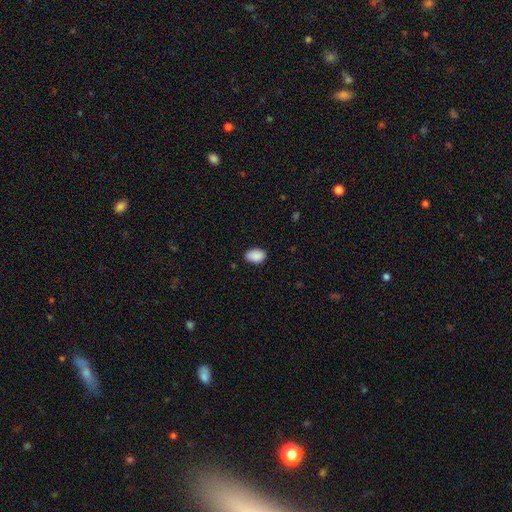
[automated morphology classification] smooth_or_featured: smooth (p=0.90) [alt: star or artifact p=0.07]
how_rounded: in between (p=0.89) [alt: round p=0.10]
merging: none (p=0.85) [alt: minor disturbance p=0.12]